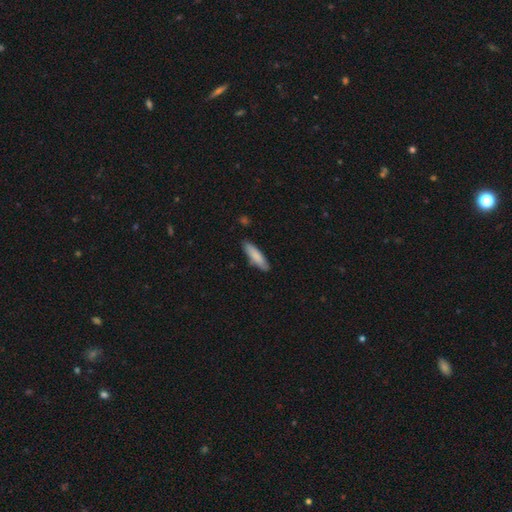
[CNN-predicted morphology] Smooth or featured: smooth — 82% (featured or disk — 12%)
How rounded: cigar-shaped — 69% (in between — 30%)
Merging: none — 81% (minor disturbance — 14%)